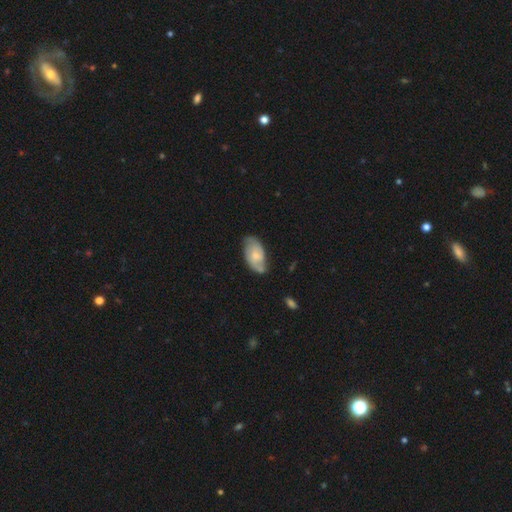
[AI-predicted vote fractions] Smooth or featured?
  - featured or disk: 52% *
  - smooth: 42%
  - star or artifact: 6%
Edge-on disk?
  - no: 94% *
  - yes: 6%
Merging?
  - none: 61% *
  - minor disturbance: 29%
  - major disturbance: 7%
  - merger: 3%